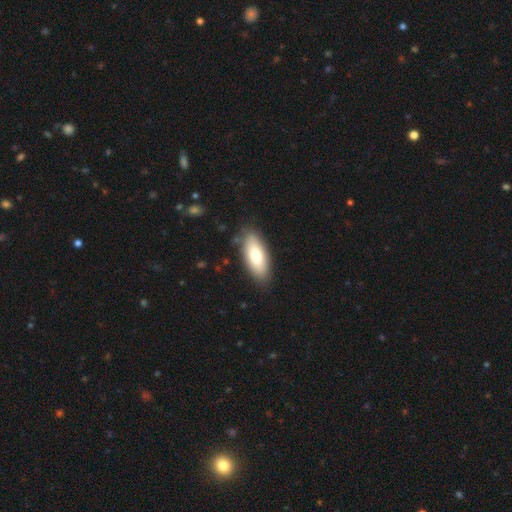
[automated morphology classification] Smooth or featured?
  - smooth: 76% *
  - featured or disk: 18%
  - star or artifact: 6%
How rounded?
  - in between: 82% *
  - cigar-shaped: 16%
  - round: 2%
Merging?
  - none: 84% *
  - minor disturbance: 12%
  - major disturbance: 3%
  - merger: 2%